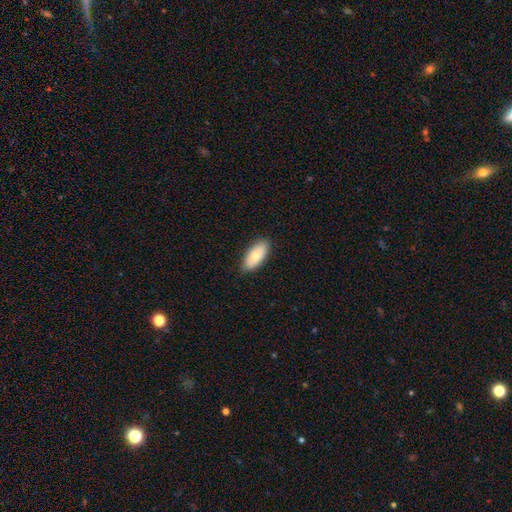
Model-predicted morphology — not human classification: Smooth or featured?
  - smooth: 77% *
  - featured or disk: 17%
  - star or artifact: 6%
How rounded?
  - in between: 89% *
  - cigar-shaped: 9%
  - round: 2%
Merging?
  - none: 87% *
  - minor disturbance: 10%
  - major disturbance: 2%
  - merger: 1%